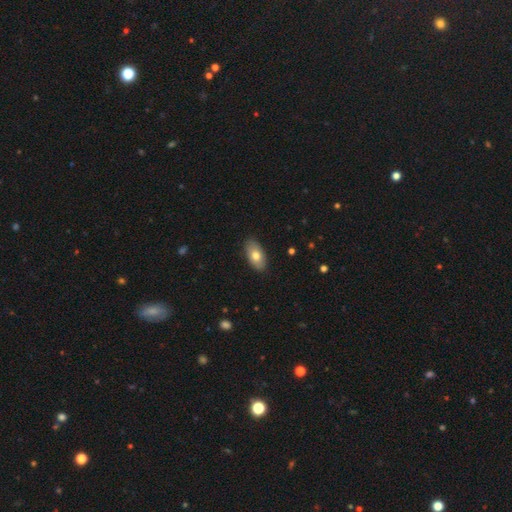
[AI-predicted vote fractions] Overall: smooth (74%). How rounded: in between (93%). Merging: none (88%).